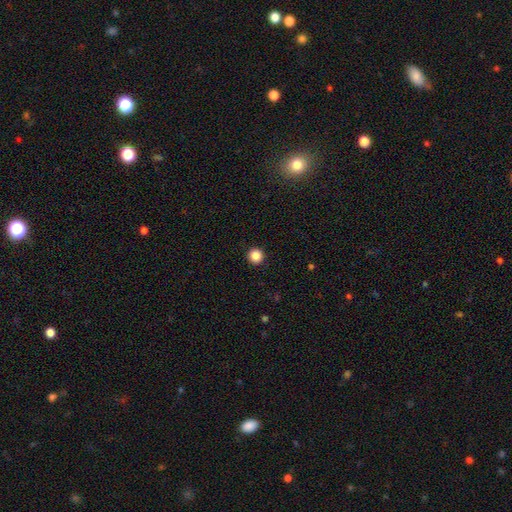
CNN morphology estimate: Smooth or featured? smooth (87%)
How rounded? round (96%)
Merging? none (94%)